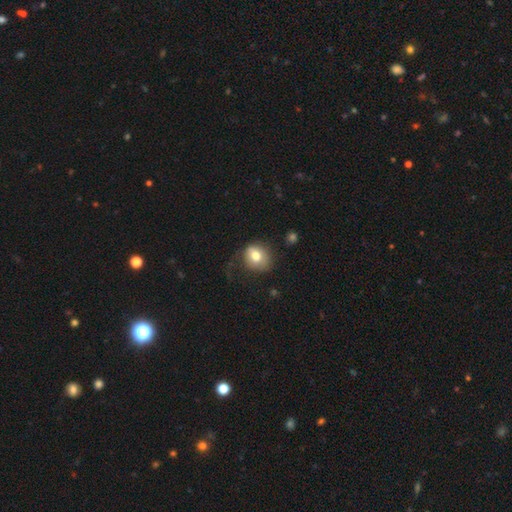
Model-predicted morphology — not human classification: Smooth or featured: smooth — 75% (featured or disk — 16%)
How rounded: round — 68% (in between — 31%)
Merging: none — 56% (minor disturbance — 24%)